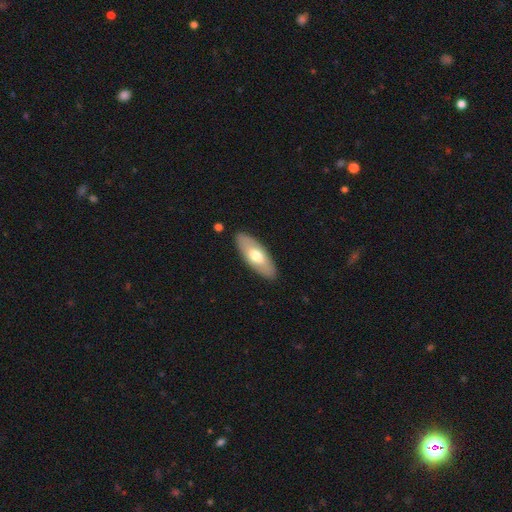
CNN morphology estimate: A smooth galaxy with no disk features (59%) that is in between round and cigar-shaped (78%).

Vote fractions:
- Smooth or featured? smooth: 59% / featured or disk: 36% / star or artifact: 5%
- How rounded? in between: 78% / cigar-shaped: 19% / round: 2%
- Merging? none: 88% / minor disturbance: 9% / major disturbance: 2% / merger: 1%